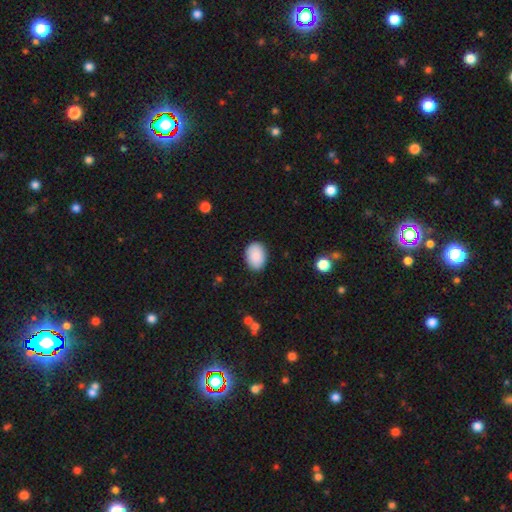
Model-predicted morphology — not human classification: Smooth or featured: smooth — 89% (star or artifact — 6%)
How rounded: in between — 81% (round — 18%)
Merging: none — 86% (minor disturbance — 11%)